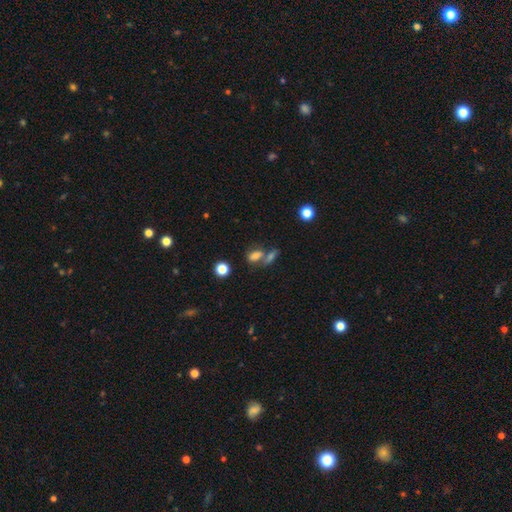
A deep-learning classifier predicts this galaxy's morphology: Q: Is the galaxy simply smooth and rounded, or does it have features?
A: smooth — 69%.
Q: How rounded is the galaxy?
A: in between — 73%.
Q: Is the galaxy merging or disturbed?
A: merger — 45%.